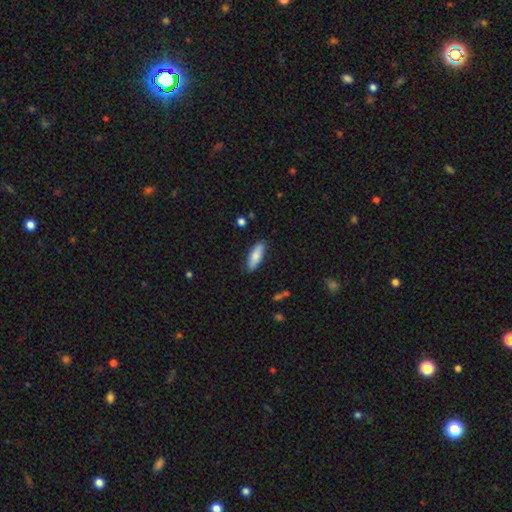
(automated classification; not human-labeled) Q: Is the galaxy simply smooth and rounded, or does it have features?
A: smooth — 83%.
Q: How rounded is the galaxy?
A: in between — 62%.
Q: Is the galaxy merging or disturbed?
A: none — 87%.